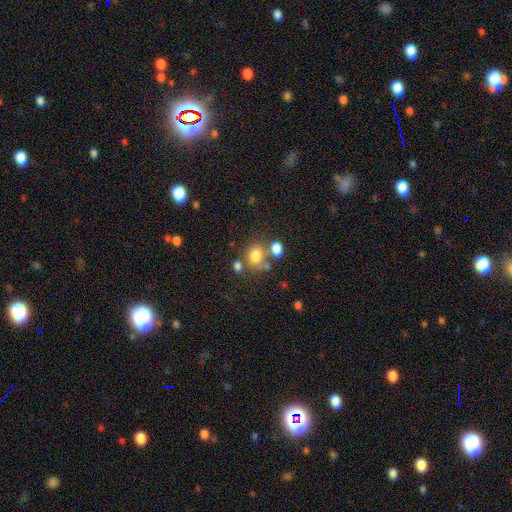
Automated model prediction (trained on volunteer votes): smooth_or_featured: smooth (p=0.76) [alt: star or artifact p=0.13]
how_rounded: round (p=0.59) [alt: in between p=0.40]
merging: none (p=0.53) [alt: merger p=0.28]